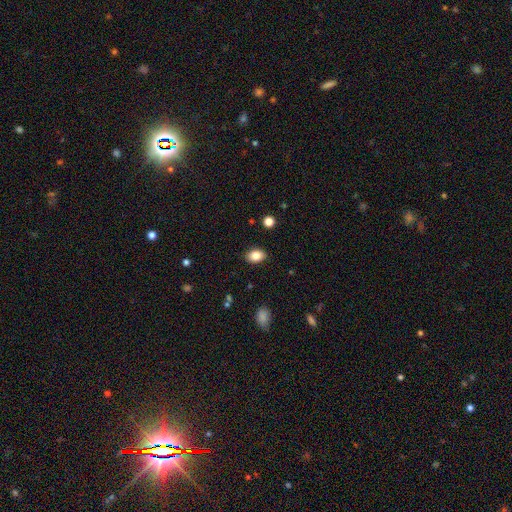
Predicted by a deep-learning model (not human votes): smooth_or_featured: smooth (p=0.85) [alt: star or artifact p=0.08]
how_rounded: in between (p=0.81) [alt: round p=0.18]
merging: none (p=0.88) [alt: minor disturbance p=0.09]